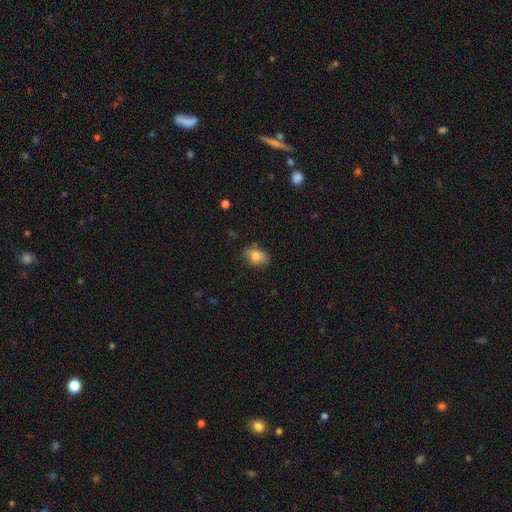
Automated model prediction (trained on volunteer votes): A smooth galaxy with no disk features (81%) that is in between round and cigar-shaped (79%).

Vote fractions:
- Smooth or featured? smooth: 81% / featured or disk: 11% / star or artifact: 8%
- How rounded? in between: 79% / round: 20% / cigar-shaped: 1%
- Merging? none: 79% / minor disturbance: 17% / major disturbance: 3% / merger: 2%